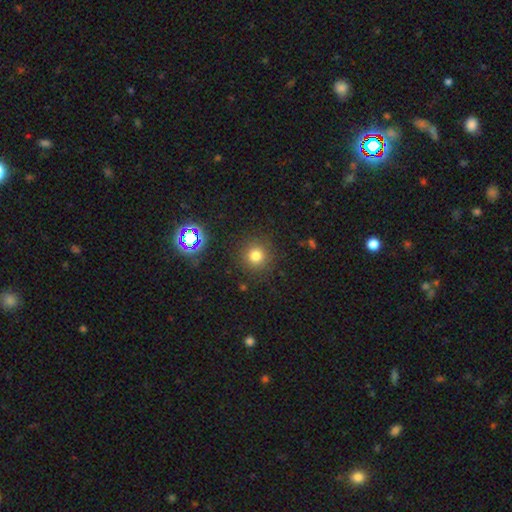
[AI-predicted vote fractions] Smooth or featured: smooth — 77% (star or artifact — 16%)
How rounded: round — 94% (in between — 5%)
Merging: none — 89% (minor disturbance — 7%)